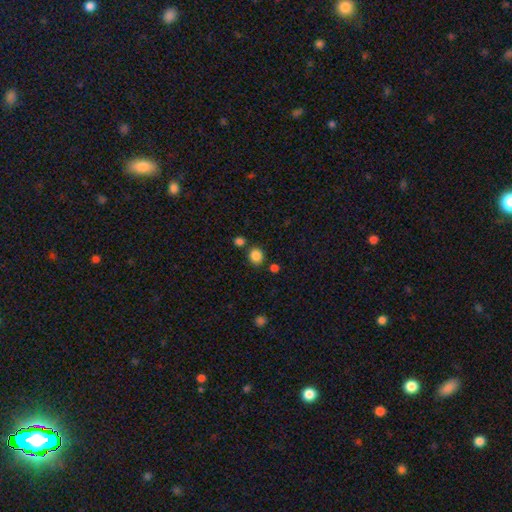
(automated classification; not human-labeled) Smooth or featured? smooth (85%)
How rounded? round (79%)
Merging? none (79%)